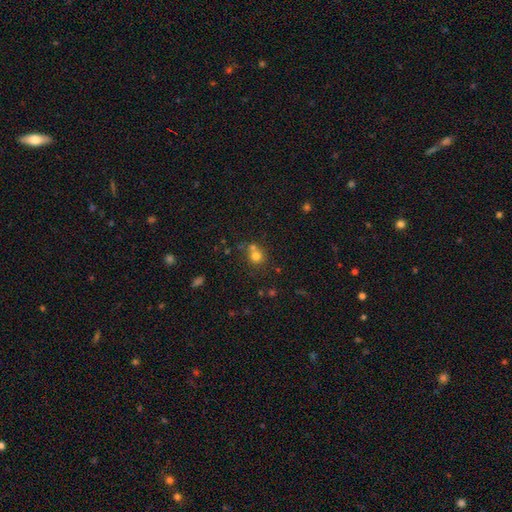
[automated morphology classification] A smooth galaxy with no disk features (74%) that is round (84%).

Vote fractions:
- Smooth or featured? smooth: 74% / star or artifact: 15% / featured or disk: 11%
- How rounded? round: 84% / in between: 15% / cigar-shaped: 1%
- Merging? none: 48% / merger: 39% / minor disturbance: 9% / major disturbance: 4%